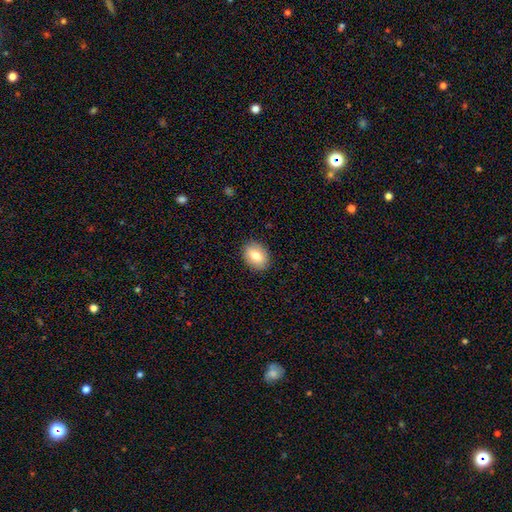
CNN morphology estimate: smooth-or-featured: smooth: 81% | featured or disk: 12% | star or artifact: 7%
  how-rounded: in between: 73% | round: 26% | cigar-shaped: 1%
  merging: none: 89% | minor disturbance: 8% | major disturbance: 2% | merger: 1%